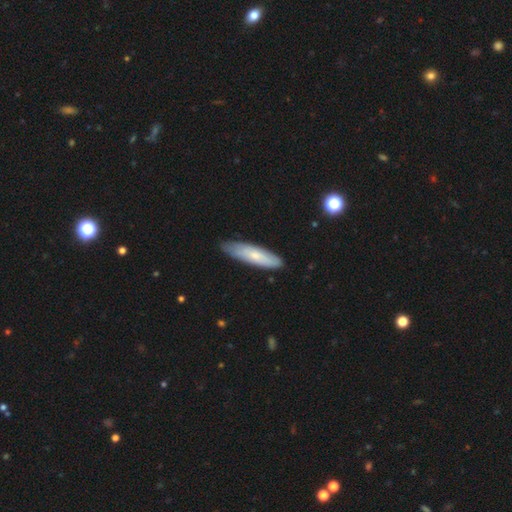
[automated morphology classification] A smooth galaxy with no disk features (62%) that is cigar-shaped (69%). Merging: none (78%).